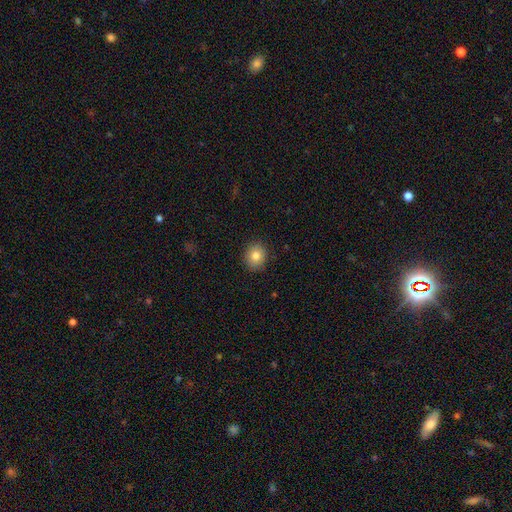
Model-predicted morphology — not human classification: Smooth or featured: smooth — 82% (star or artifact — 10%)
How rounded: round — 70% (in between — 29%)
Merging: none — 90% (minor disturbance — 7%)